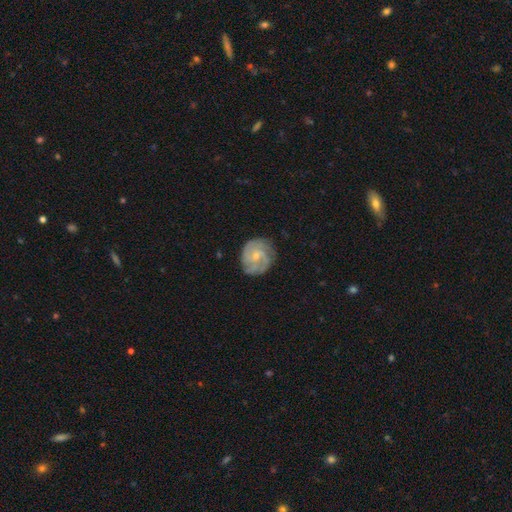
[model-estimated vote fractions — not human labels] A featured or disk galaxy (82%) with no bar (62%), 3 (38%) tight (55%) spiral arms (96%) and a small central bulge (67%). Merging: none (75%).